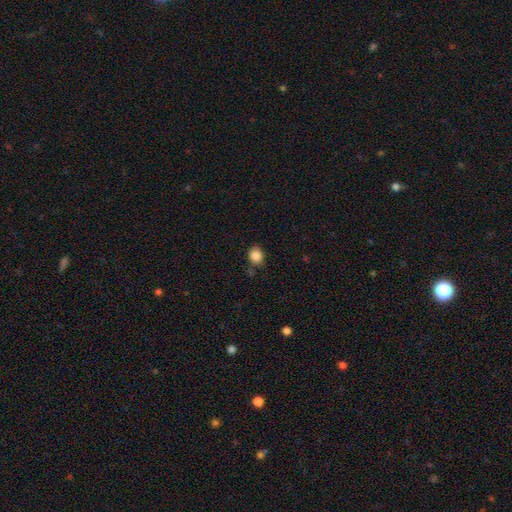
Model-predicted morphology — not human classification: This is clearly a smooth galaxy (86%). How rounded: likely round (68%). Merging: likely none (79%).